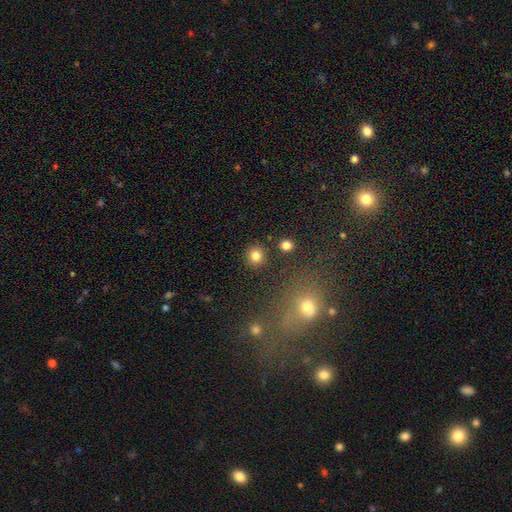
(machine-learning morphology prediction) type=smooth (82%); roundness=round (91%); merging=none (89%).